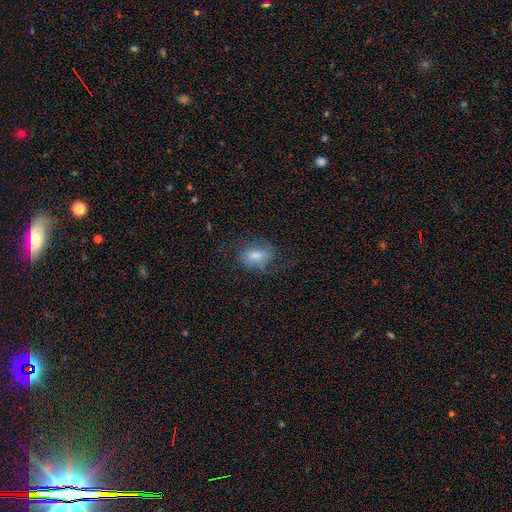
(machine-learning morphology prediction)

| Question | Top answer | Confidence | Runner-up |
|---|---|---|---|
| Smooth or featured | smooth | 67% | featured or disk (23%) |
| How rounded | in between | 83% | round (14%) |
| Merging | none | 51% | major disturbance (24%) |